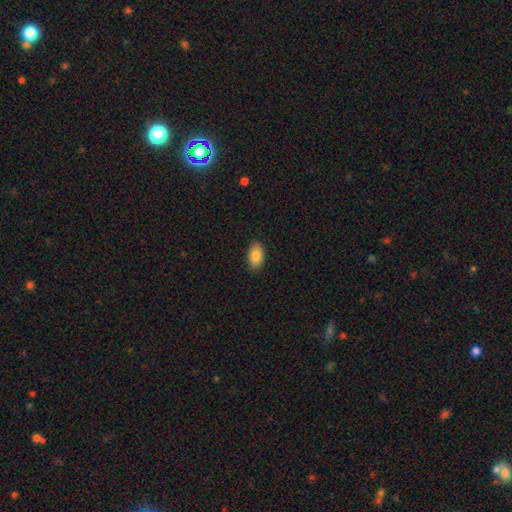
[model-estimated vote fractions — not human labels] Morphology: type=smooth (84%); roundness=in between (93%); merging=none (89%).